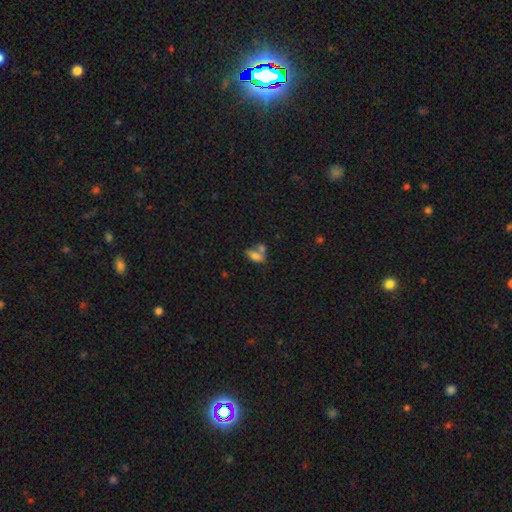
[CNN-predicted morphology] smooth-or-featured: smooth: 75% | featured or disk: 14% | star or artifact: 11%
  how-rounded: in between: 87% | round: 7% | cigar-shaped: 6%
  merging: merger: 51% | none: 30% | minor disturbance: 12% | major disturbance: 7%